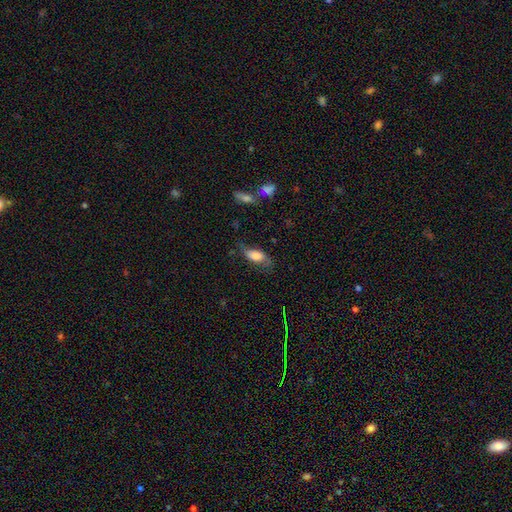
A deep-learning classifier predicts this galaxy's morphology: This is likely a smooth galaxy (66%). How rounded: clearly in between (85%). Merging: possibly none (52%).